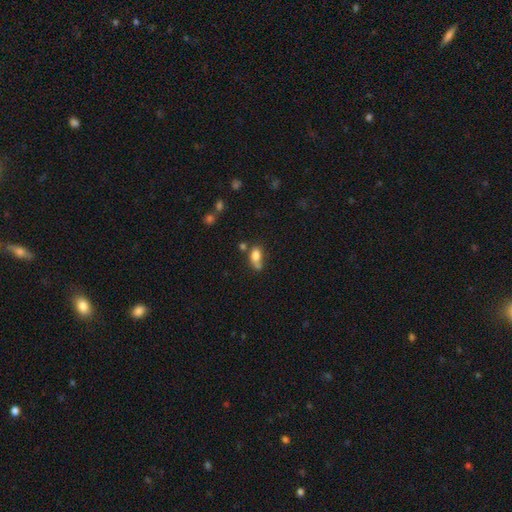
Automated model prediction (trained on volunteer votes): This appears to be a smooth galaxy with no disk features (77%) that is in between round and cigar-shaped (79%). Merging: none (35%).